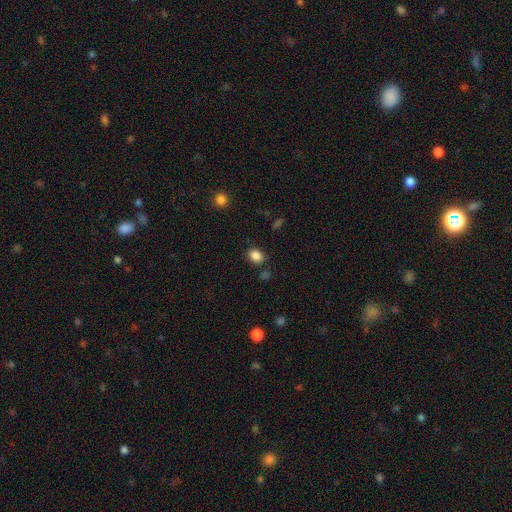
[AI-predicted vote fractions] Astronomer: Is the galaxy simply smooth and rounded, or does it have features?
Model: smooth — 85%.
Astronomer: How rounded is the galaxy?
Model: in between — 53% (runner-up: round, 46%).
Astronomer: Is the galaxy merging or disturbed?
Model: none — 83%.